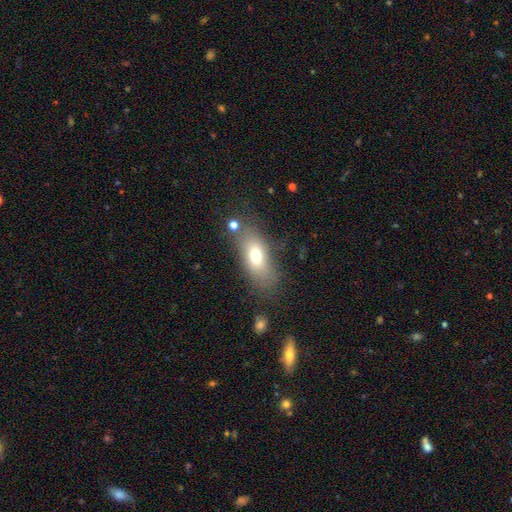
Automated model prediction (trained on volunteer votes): Smooth or featured? Predicted: smooth (p=0.67). How rounded? Predicted: in between (p=0.78). Merging? Predicted: none (p=0.68).